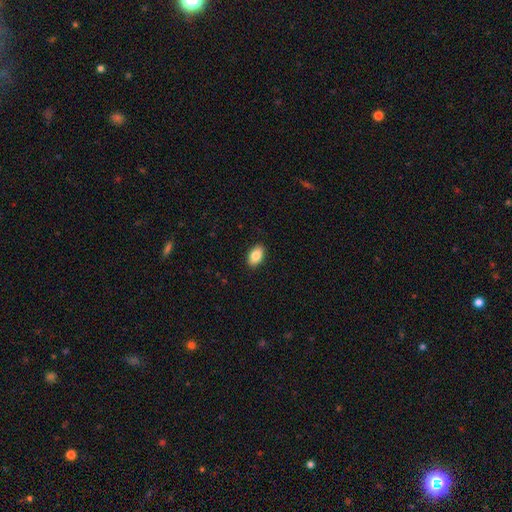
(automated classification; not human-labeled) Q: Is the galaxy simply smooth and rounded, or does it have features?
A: smooth — 84%.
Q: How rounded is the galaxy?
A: in between — 91%.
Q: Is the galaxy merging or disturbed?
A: none — 89%.